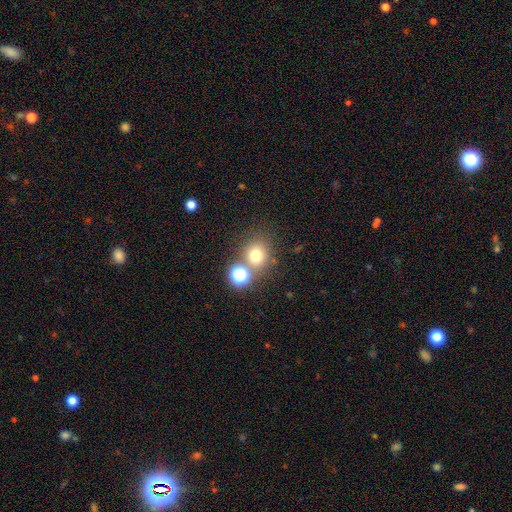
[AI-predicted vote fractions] Smooth or featured?
  - smooth: 73% *
  - star or artifact: 19%
  - featured or disk: 9%
How rounded?
  - round: 81% *
  - in between: 18%
  - cigar-shaped: 1%
Merging?
  - none: 68% *
  - merger: 19%
  - minor disturbance: 9%
  - major disturbance: 4%